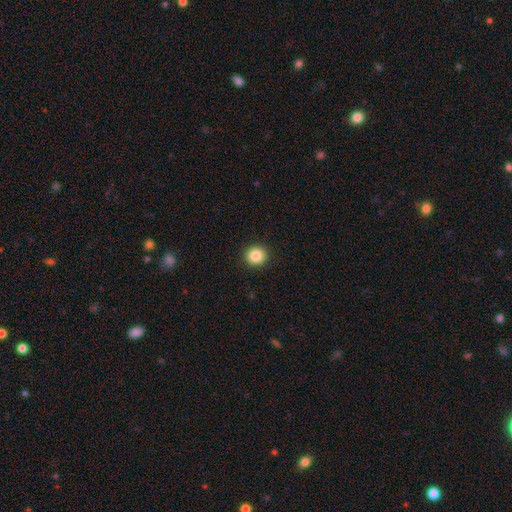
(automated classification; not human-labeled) Q: Smooth or featured?
A: smooth (86%); runner-up: star or artifact (10%)
Q: How rounded?
A: round (92%); runner-up: in between (7%)
Q: Merging?
A: none (93%); runner-up: minor disturbance (5%)